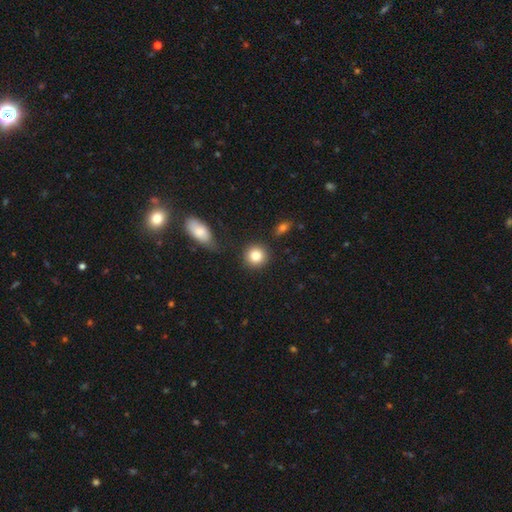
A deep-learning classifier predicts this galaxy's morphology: This is clearly a smooth galaxy (84%). How rounded: clearly round (90%). Merging: clearly none (84%).